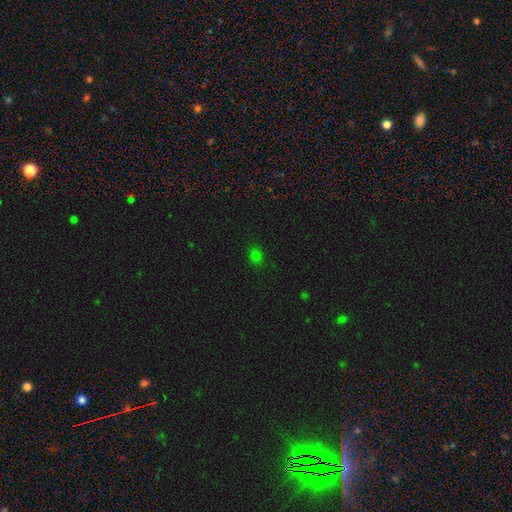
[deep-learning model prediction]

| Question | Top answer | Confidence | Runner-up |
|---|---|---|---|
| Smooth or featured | smooth | 73% | star or artifact (22%) |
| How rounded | round | 54% | in between (45%) |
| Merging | none | 85% | minor disturbance (11%) |